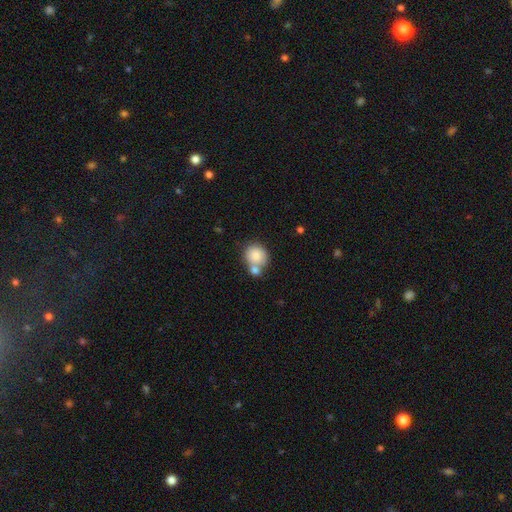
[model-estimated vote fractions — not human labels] Smooth or featured?
  - smooth: 84% *
  - featured or disk: 9%
  - star or artifact: 8%
How rounded?
  - round: 81% *
  - in between: 18%
  - cigar-shaped: 1%
Merging?
  - none: 44% *
  - merger: 40%
  - minor disturbance: 12%
  - major disturbance: 4%